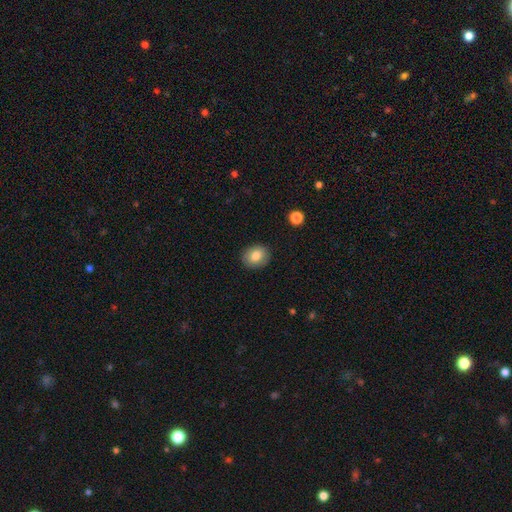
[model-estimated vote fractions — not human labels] Smooth or featured: smooth — 82% (featured or disk — 10%)
How rounded: round — 54% (in between — 46%)
Merging: none — 89% (minor disturbance — 8%)